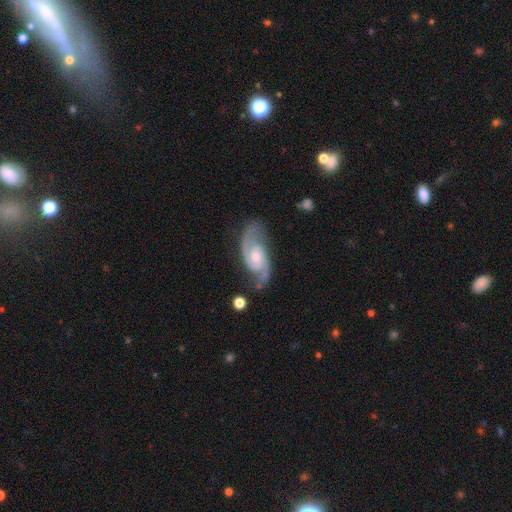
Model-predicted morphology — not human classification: Smooth or featured: featured or disk — 91% (smooth — 5%)
Edge-on disk: no — 97% (yes — 3%)
Bar: no — 54% (weak — 38%)
Spiral arms: yes — 98% (no — 2%)
Spiral winding: medium — 55% (tight — 27%)
Spiral arm count: 2 — 92% (can't tell — 3%)
Bulge size: moderate — 54% (small — 38%)
Merging: none — 75% (minor disturbance — 17%)